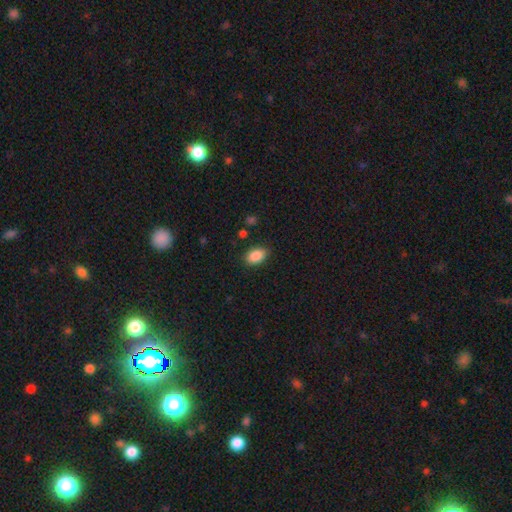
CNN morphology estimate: smooth_or_featured: smooth (p=0.89) [alt: star or artifact p=0.08]
how_rounded: in between (p=0.89) [alt: round p=0.10]
merging: none (p=0.86) [alt: minor disturbance p=0.10]